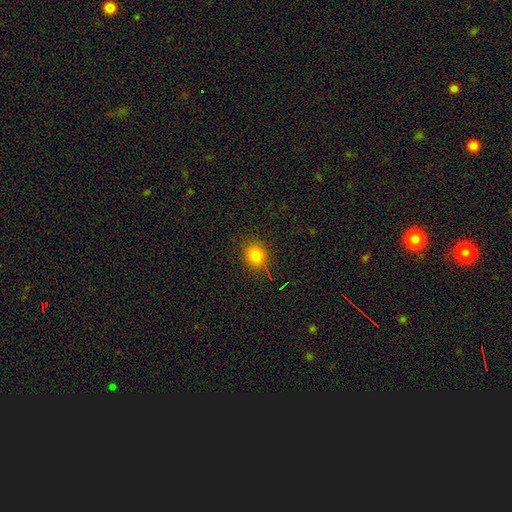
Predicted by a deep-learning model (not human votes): Smooth or featured? Predicted: smooth (p=0.75). How rounded? Predicted: round (p=0.74). Merging? Predicted: none (p=0.82).